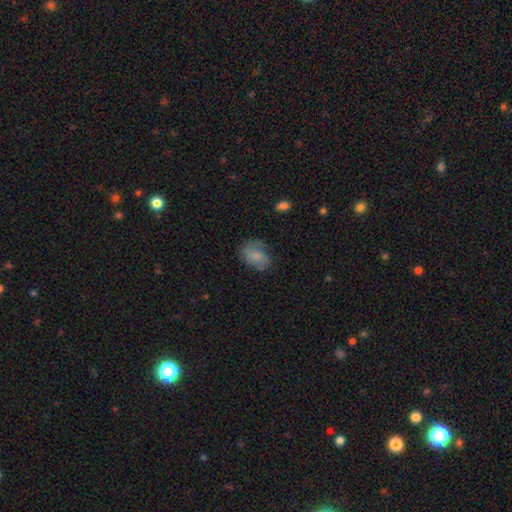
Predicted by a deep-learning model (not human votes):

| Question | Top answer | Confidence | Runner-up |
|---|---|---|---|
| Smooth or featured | smooth | 64% | featured or disk (27%) |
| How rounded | in between | 72% | round (27%) |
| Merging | none | 54% | minor disturbance (28%) |